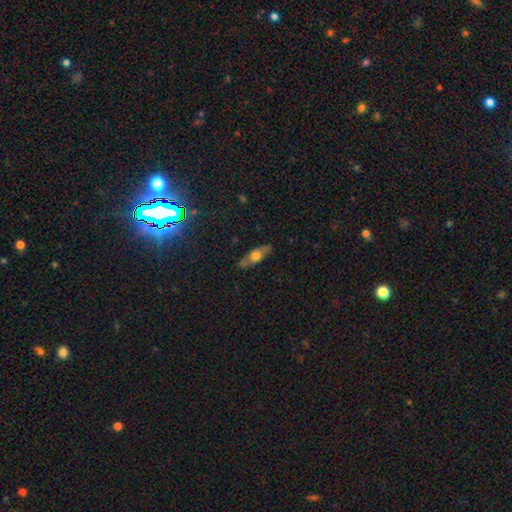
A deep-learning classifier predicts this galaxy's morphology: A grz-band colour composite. It shows a smooth galaxy with no disk features (48%). Merging: none (83%).